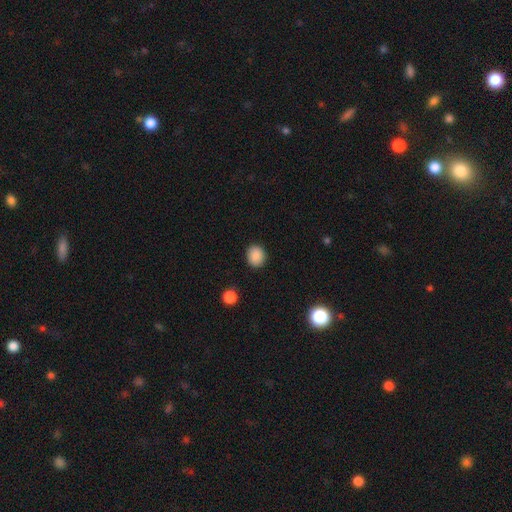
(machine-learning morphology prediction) Q: Smooth or featured?
A: smooth (88%); runner-up: star or artifact (9%)
Q: How rounded?
A: round (72%); runner-up: in between (27%)
Q: Merging?
A: none (90%); runner-up: minor disturbance (7%)